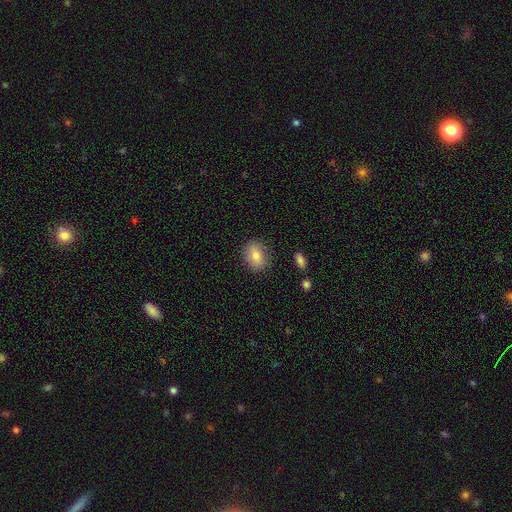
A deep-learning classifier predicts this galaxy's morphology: Overall: smooth (78%). How rounded: in between (56%; round 43%). Merging: none (85%).